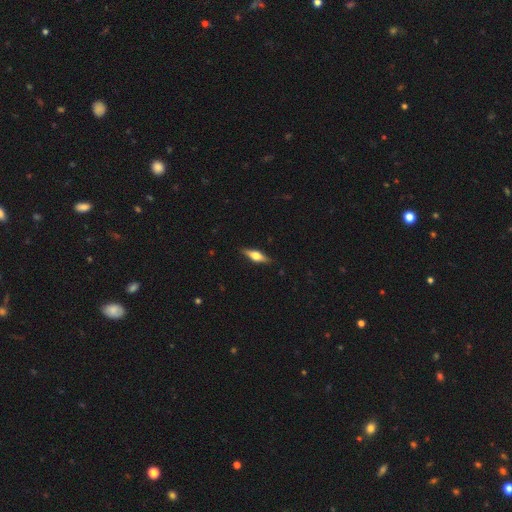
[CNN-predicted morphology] type=featured or disk (55%); edge-on=yes (94%); edge-on bulge=rounded (91%); merging=none (88%).